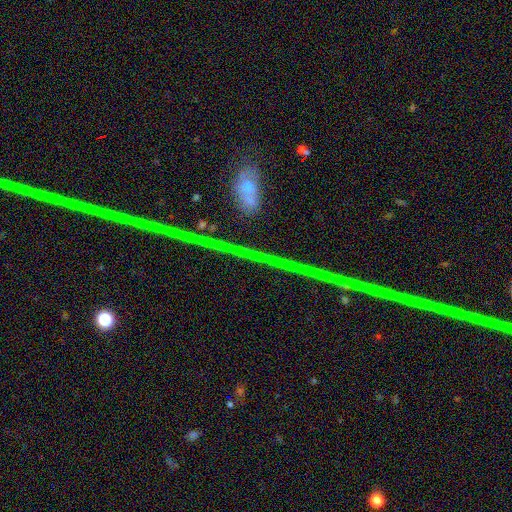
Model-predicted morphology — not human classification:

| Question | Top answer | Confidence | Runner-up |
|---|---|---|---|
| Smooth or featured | star or artifact | 70% | featured or disk (19%) |